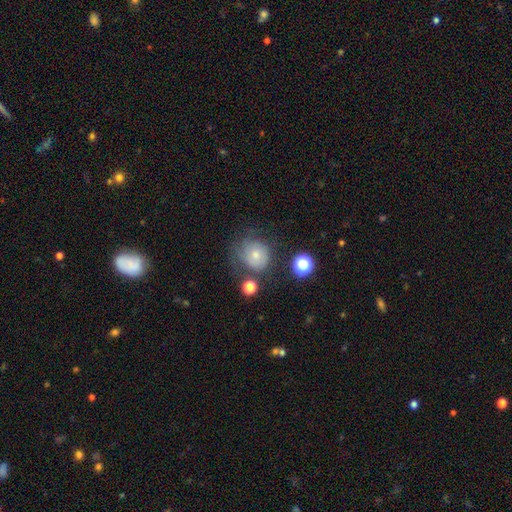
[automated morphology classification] smooth-or-featured: smooth: 63% | featured or disk: 24% | star or artifact: 12%
  how-rounded: round: 83% | in between: 16% | cigar-shaped: 1%
  merging: none: 51% | minor disturbance: 25% | major disturbance: 18% | merger: 6%